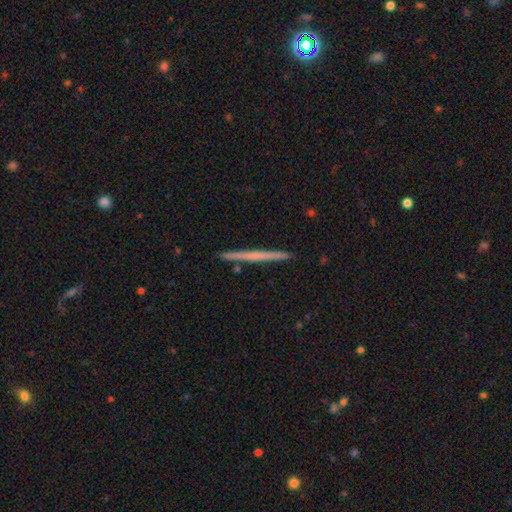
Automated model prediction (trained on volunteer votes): Q: Smooth or featured?
A: featured or disk (55%); runner-up: smooth (40%)
Q: Edge-on disk?
A: yes (98%); runner-up: no (2%)
Q: Edge-on bulge?
A: none (87%); runner-up: rounded (9%)
Q: Merging?
A: none (93%); runner-up: minor disturbance (5%)